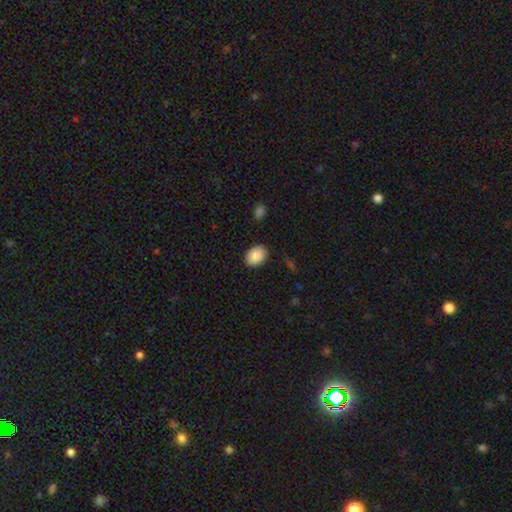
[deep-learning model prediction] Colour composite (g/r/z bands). It shows a smooth galaxy with no disk features (88%) that is in between round and cigar-shaped (72%). Merging: none (87%).